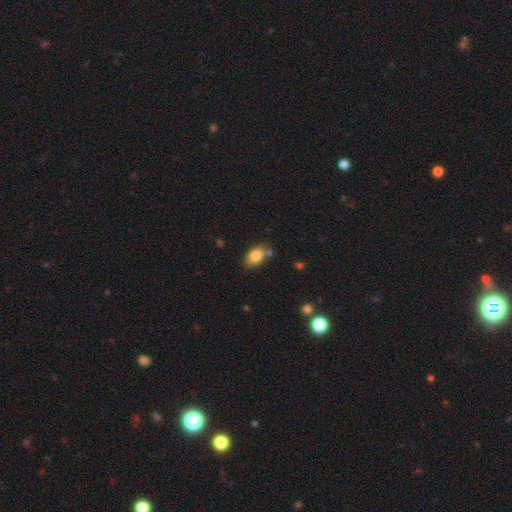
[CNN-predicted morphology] A smooth galaxy with no disk features (85%) that is in between round and cigar-shaped (87%).

Vote fractions:
- Smooth or featured? smooth: 85% / star or artifact: 8% / featured or disk: 8%
- How rounded? in between: 87% / round: 11% / cigar-shaped: 2%
- Merging? none: 71% / minor disturbance: 16% / merger: 9% / major disturbance: 4%